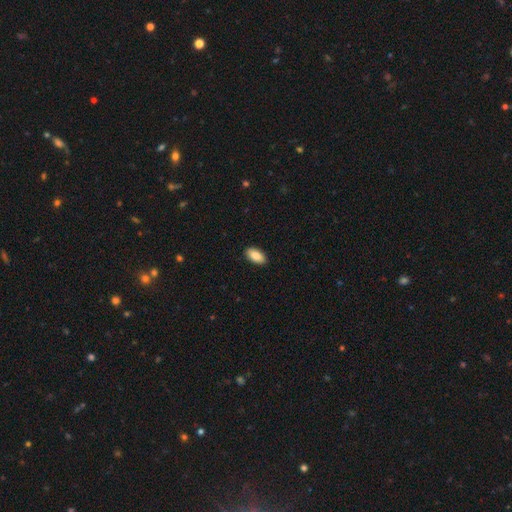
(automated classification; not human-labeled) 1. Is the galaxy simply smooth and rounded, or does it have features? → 88% smooth, 6% star or artifact, 6% featured or disk.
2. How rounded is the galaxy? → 94% in between, 4% cigar-shaped, 2% round.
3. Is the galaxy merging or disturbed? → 90% none, 7% minor disturbance, 2% major disturbance, 1% merger.